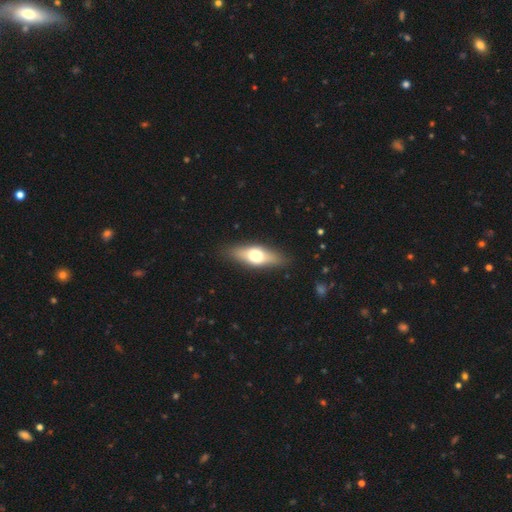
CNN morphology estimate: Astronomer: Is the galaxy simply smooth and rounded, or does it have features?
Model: smooth — 53% (runner-up: featured or disk, 41%).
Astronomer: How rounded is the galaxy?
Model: in between — 61%.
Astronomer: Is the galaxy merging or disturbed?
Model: none — 85%.